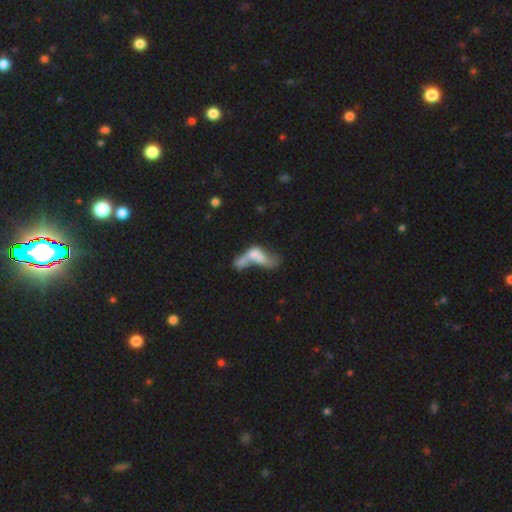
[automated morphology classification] Q: Smooth or featured?
A: smooth (49%); runner-up: featured or disk (39%)
Q: Merging?
A: merger (62%); runner-up: major disturbance (20%)